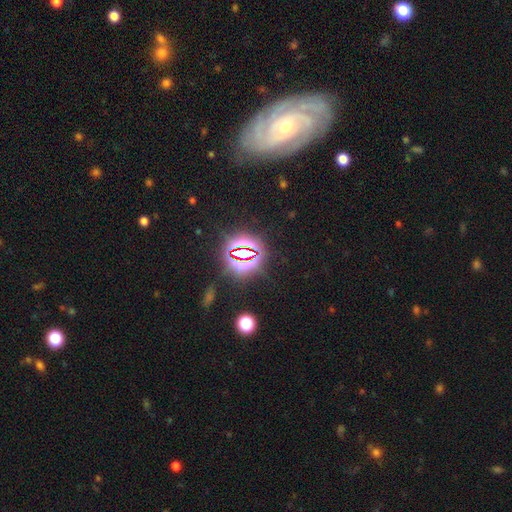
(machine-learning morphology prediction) smooth-or-featured: featured or disk: 47% | star or artifact: 32% | smooth: 21%
  merging: none: 84% | minor disturbance: 10% | major disturbance: 4% | merger: 3%